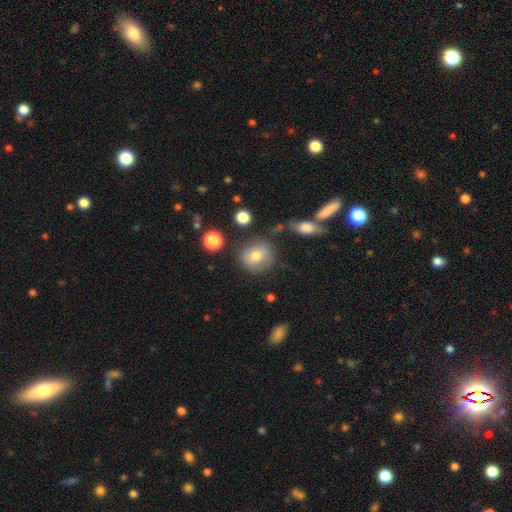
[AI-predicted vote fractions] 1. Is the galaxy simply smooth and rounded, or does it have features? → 73% smooth, 18% featured or disk, 9% star or artifact.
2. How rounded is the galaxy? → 86% round, 13% in between, 1% cigar-shaped.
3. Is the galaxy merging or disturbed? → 78% none, 13% minor disturbance, 5% merger, 4% major disturbance.